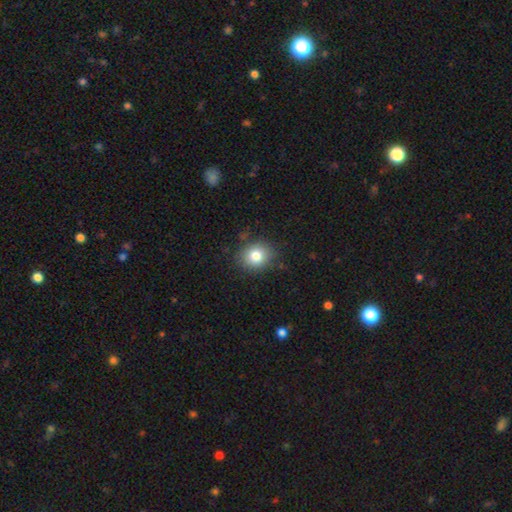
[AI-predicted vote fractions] Smooth or featured: smooth — 80% (star or artifact — 11%)
How rounded: round — 73% (in between — 26%)
Merging: none — 85% (minor disturbance — 10%)